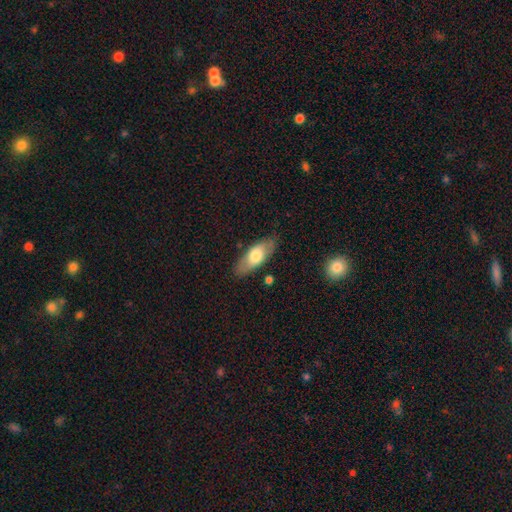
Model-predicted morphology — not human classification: The model was most divided on "smooth or featured": smooth: 65%, featured or disk: 29%, star or artifact: 6%. More confident: merging — none (82%); how rounded — in between (78%).